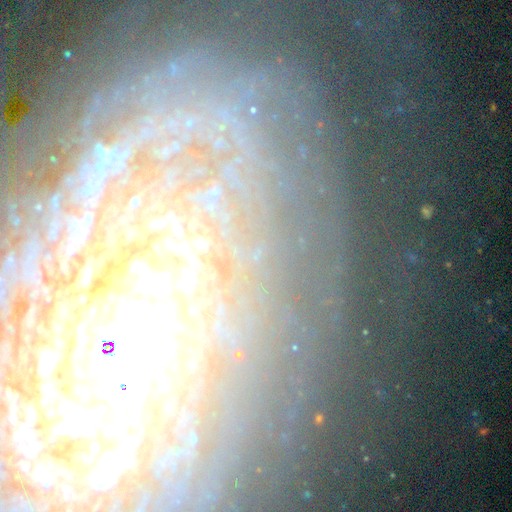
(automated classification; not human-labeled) Q: Smooth or featured?
A: star or artifact (44%); runner-up: featured or disk (41%)